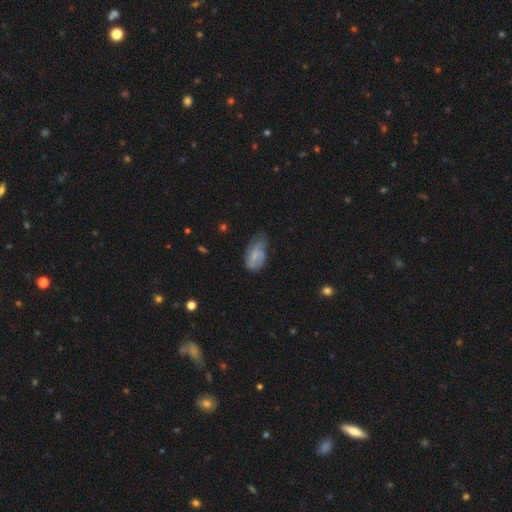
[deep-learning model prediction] Smooth or featured: smooth — 59% (featured or disk — 33%)
How rounded: in between — 92% (round — 6%)
Merging: minor disturbance — 43% (none — 32%)